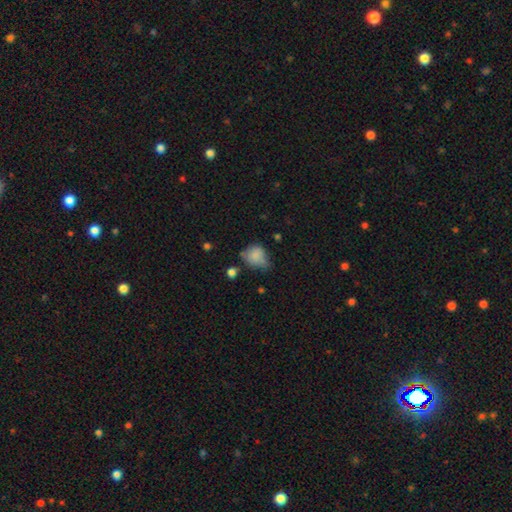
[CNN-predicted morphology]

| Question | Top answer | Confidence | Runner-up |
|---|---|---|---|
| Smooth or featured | smooth | 78% | featured or disk (12%) |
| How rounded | round | 54% | in between (45%) |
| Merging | minor disturbance | 41% | none (38%) |